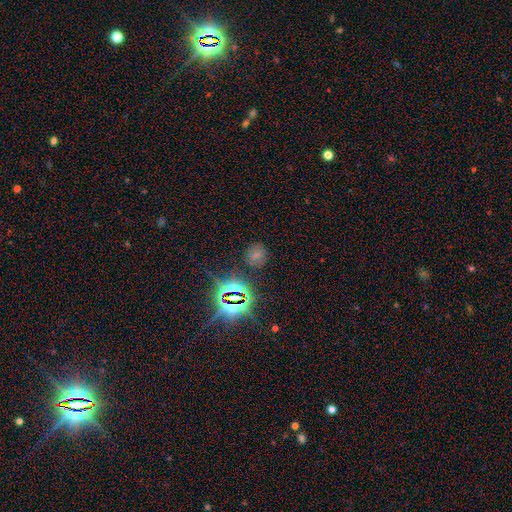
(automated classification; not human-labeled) smooth-or-featured: smooth: 60% | star or artifact: 31% | featured or disk: 9%
  how-rounded: round: 74% | in between: 24% | cigar-shaped: 2%
  merging: none: 81% | minor disturbance: 12% | major disturbance: 4% | merger: 3%